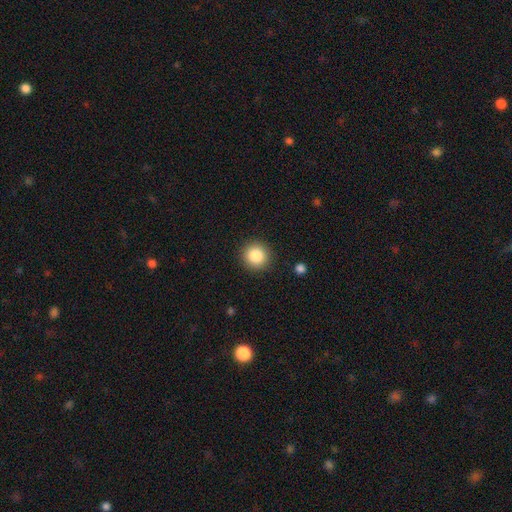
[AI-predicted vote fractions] smooth_or_featured: smooth (p=0.85) [alt: star or artifact p=0.10]
how_rounded: round (p=0.94) [alt: in between p=0.06]
merging: none (p=0.90) [alt: minor disturbance p=0.06]